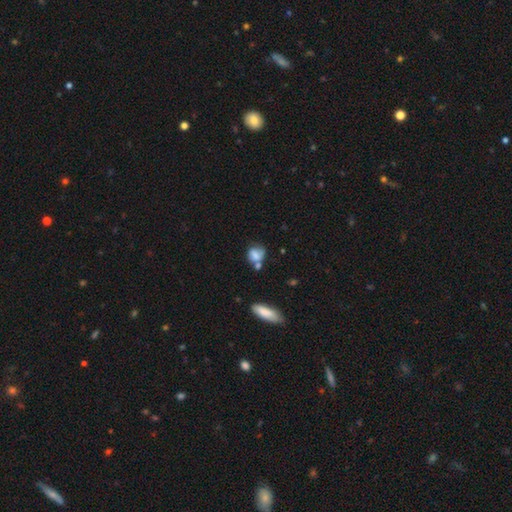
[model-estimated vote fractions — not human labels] This appears to be a smooth galaxy with no disk features (70%) that is round (53%). Merging: none (41%).